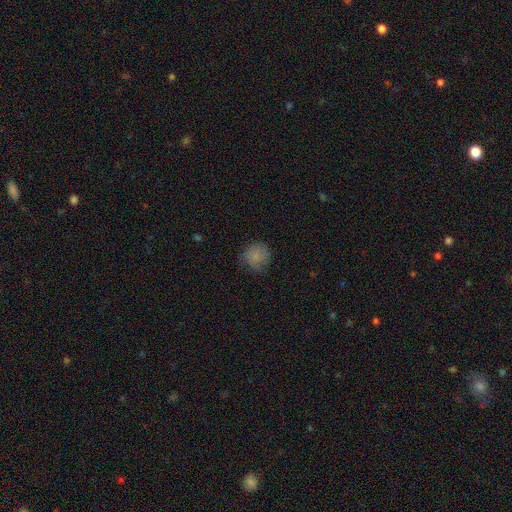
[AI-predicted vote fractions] smooth 79%, featured or disk 11%, star or artifact 10%. Down the decision tree: how rounded — round (87%); merging — none (64%).